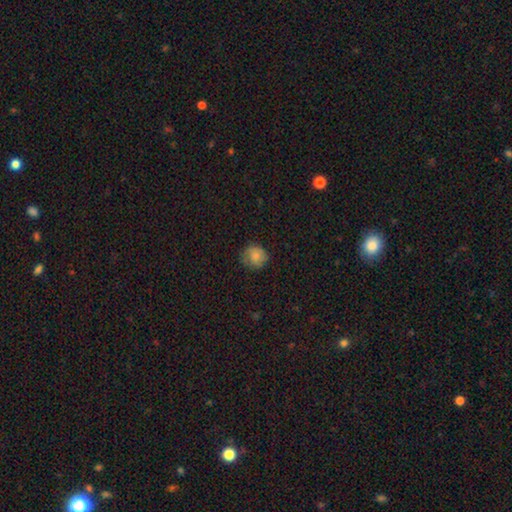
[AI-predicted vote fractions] The model was most divided on "merging": none: 71%, minor disturbance: 21%, major disturbance: 6%, merger: 1%. More confident: how rounded — round (84%); smooth or featured — smooth (80%).